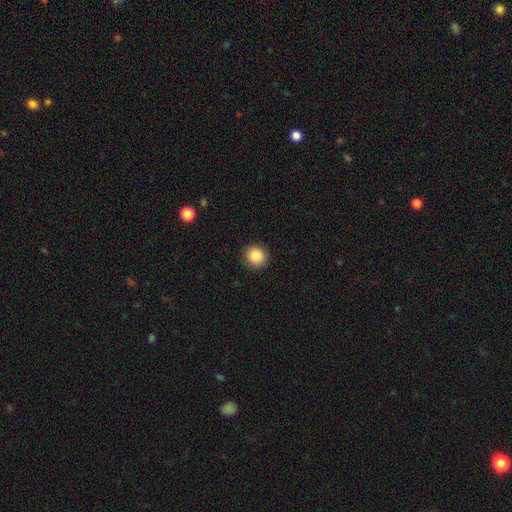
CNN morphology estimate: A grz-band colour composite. It shows a smooth galaxy with no disk features (87%) that is round (89%). Merging: none (90%).